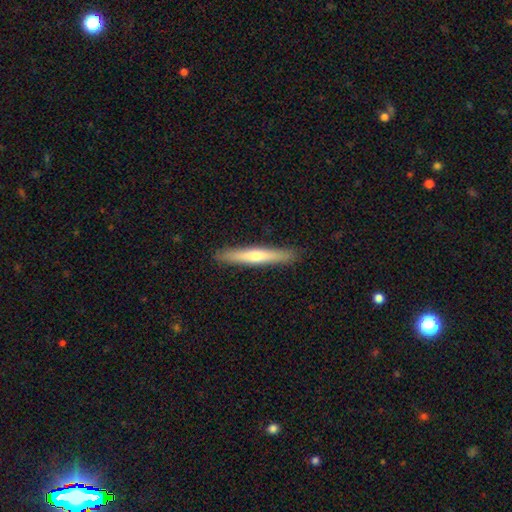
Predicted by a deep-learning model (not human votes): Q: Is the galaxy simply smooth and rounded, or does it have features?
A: featured or disk — 48%.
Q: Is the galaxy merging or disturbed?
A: none — 92%.